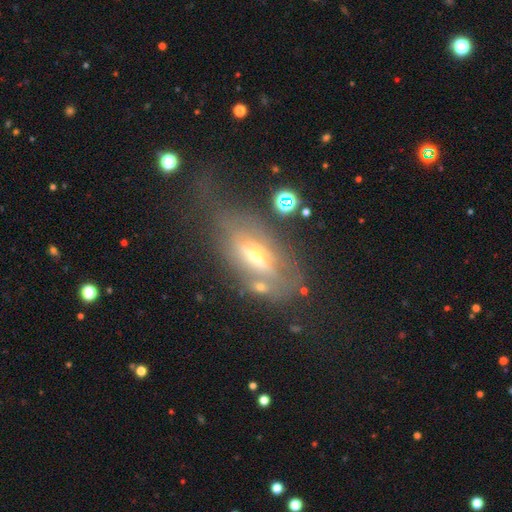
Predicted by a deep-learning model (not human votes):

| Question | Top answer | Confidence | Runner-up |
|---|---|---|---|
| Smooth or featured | featured or disk | 55% | smooth (33%) |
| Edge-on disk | no | 68% | yes (32%) |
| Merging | none | 40% | minor disturbance (26%) |